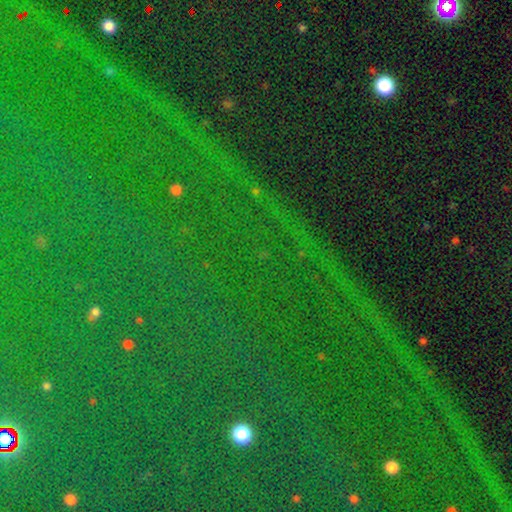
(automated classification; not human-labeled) This is clearly a star or artifact rather than a galaxy (84%).